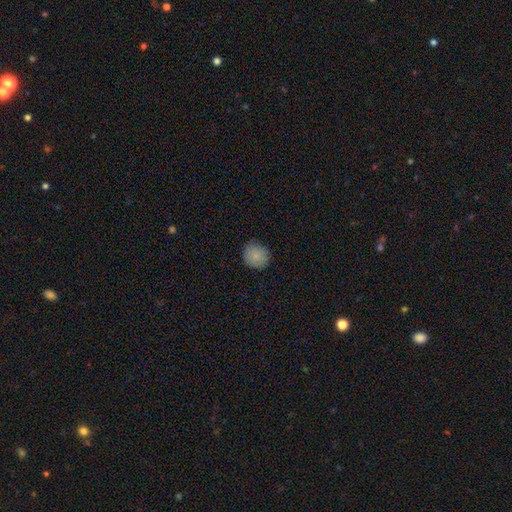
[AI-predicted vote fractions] smooth 85%, star or artifact 8%, featured or disk 7%. Down the decision tree: how rounded — round (86%); merging — none (84%).